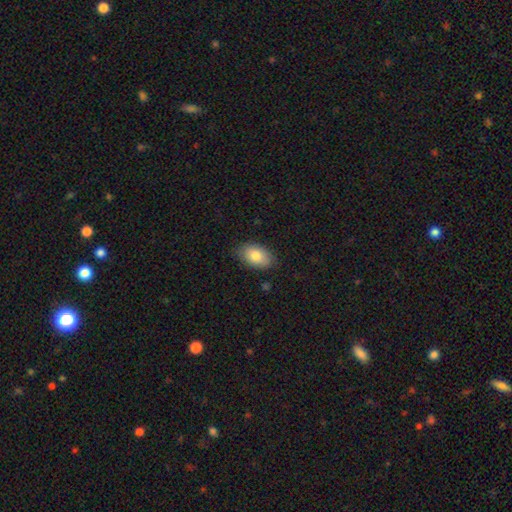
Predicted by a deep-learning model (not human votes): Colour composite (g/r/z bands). It shows a smooth galaxy with no disk features (81%) that is in between round and cigar-shaped (91%). Merging: none (83%).